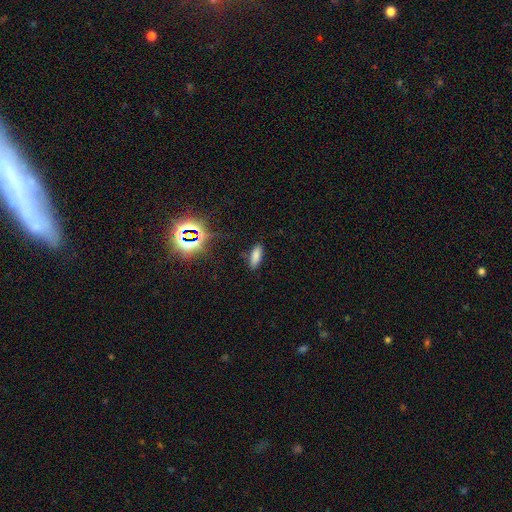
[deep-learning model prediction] Smooth or featured? Predicted: smooth (p=0.75). How rounded? Predicted: in between (p=0.63). Merging? Predicted: none (p=0.84).